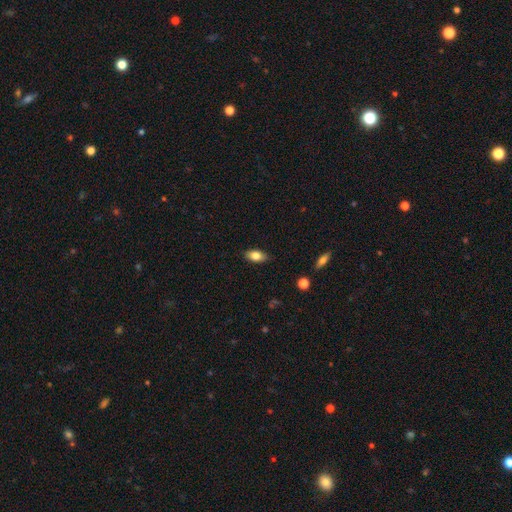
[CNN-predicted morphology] Smooth or featured?
  - smooth: 80% *
  - featured or disk: 12%
  - star or artifact: 8%
How rounded?
  - in between: 89% *
  - round: 6%
  - cigar-shaped: 5%
Merging?
  - none: 85% *
  - minor disturbance: 12%
  - major disturbance: 2%
  - merger: 1%